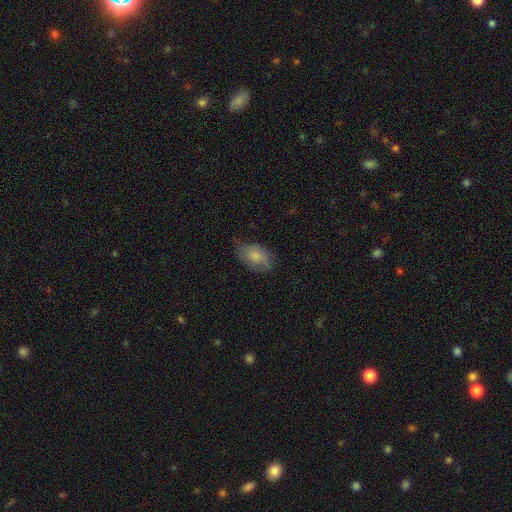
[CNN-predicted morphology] A smooth galaxy with no disk features (78%) that is in between round and cigar-shaped (92%).

Vote fractions:
- Smooth or featured? smooth: 78% / featured or disk: 16% / star or artifact: 7%
- How rounded? in between: 92% / round: 7% / cigar-shaped: 2%
- Merging? none: 58% / minor disturbance: 32% / major disturbance: 8% / merger: 1%